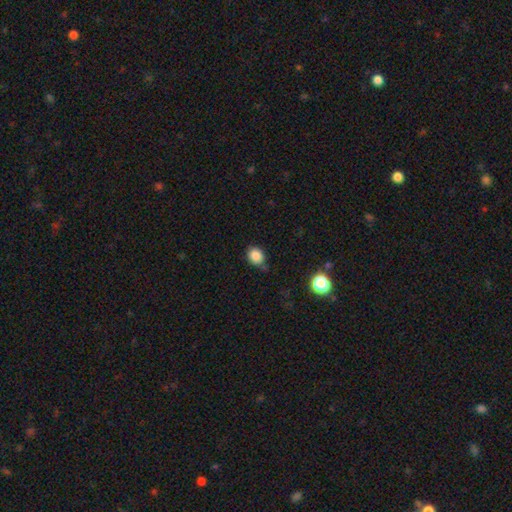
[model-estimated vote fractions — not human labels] The model was most divided on "how rounded": round: 59%, in between: 40%, cigar-shaped: 1%. More confident: smooth or featured — smooth (85%); merging — none (67%).